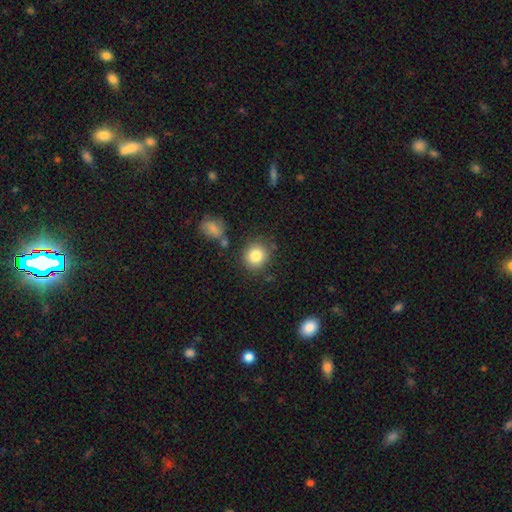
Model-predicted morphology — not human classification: This appears to be a smooth galaxy with no disk features (84%) that is round (85%). Merging: none (80%).